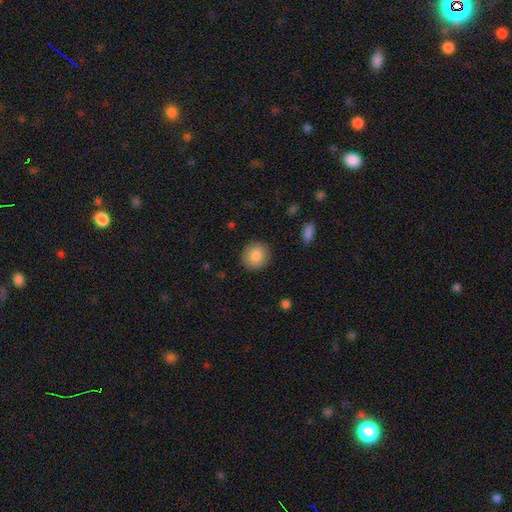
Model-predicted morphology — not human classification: smooth-or-featured: smooth: 85% | star or artifact: 8% | featured or disk: 7%
  how-rounded: round: 89% | in between: 10% | cigar-shaped: 1%
  merging: none: 90% | minor disturbance: 7% | major disturbance: 2% | merger: 1%